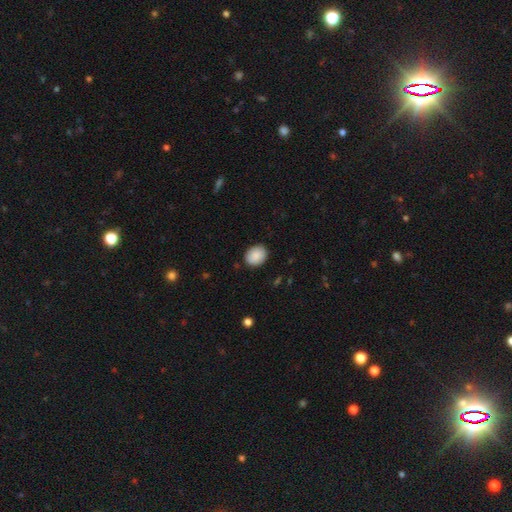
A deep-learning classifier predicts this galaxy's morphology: Smooth or featured? smooth (90%)
How rounded? round (52%)
Merging? none (88%)